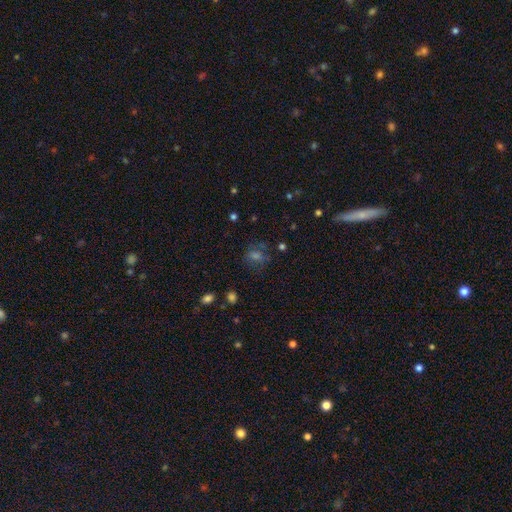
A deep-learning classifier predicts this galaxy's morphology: This is marginally a smooth galaxy (44%). Merging: likely none (66%).